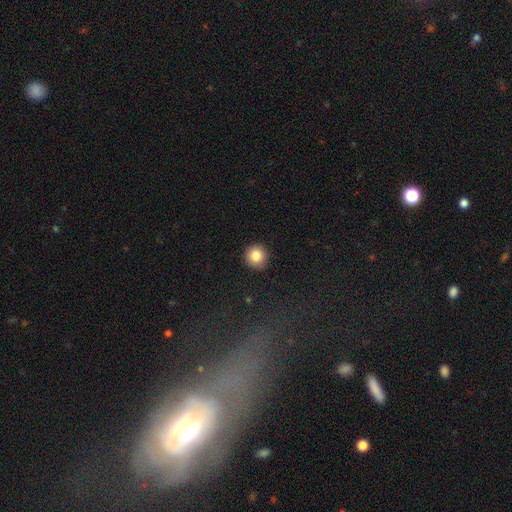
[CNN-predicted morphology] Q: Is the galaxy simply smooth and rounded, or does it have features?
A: smooth — 84%.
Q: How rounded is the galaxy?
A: round — 95%.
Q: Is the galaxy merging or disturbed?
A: none — 91%.